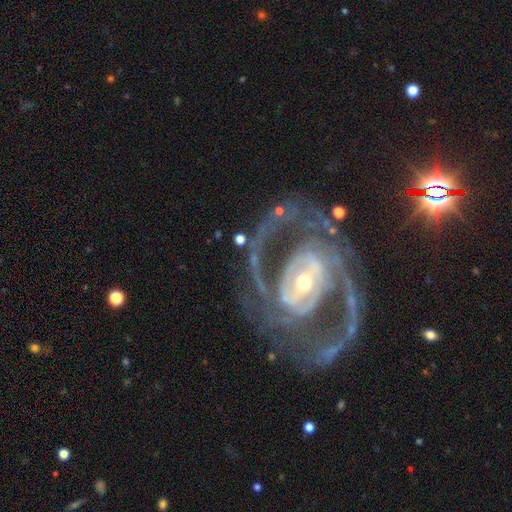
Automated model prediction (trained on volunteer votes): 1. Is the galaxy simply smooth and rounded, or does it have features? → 90% featured or disk, 5% star or artifact, 4% smooth.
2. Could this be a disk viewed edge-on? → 97% no, 3% yes.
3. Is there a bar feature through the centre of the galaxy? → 41% strong, 33% weak, 26% no.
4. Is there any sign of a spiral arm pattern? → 94% yes, 6% no.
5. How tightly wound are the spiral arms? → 52% medium, 32% tight, 17% loose.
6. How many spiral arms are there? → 81% 2, 7% can't tell, 5% 3, 3% 1, 2% 4, 2% more than 4.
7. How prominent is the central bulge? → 49% small, 42% moderate, 6% large, 1% dominant, 1% none.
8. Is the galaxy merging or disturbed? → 67% none, 17% major disturbance, 14% minor disturbance, 2% merger.